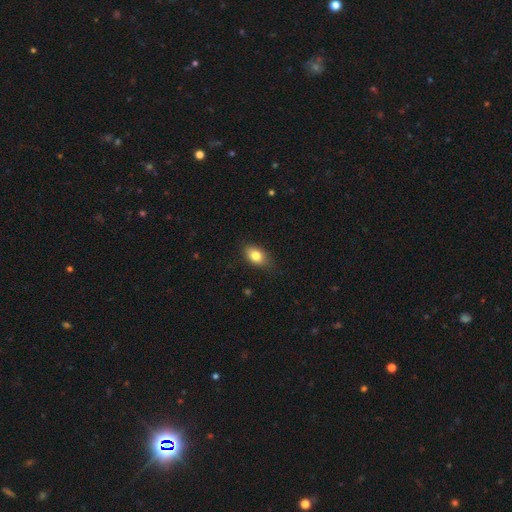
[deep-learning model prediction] Overall: smooth (81%). How rounded: in between (84%). Merging: none (79%).